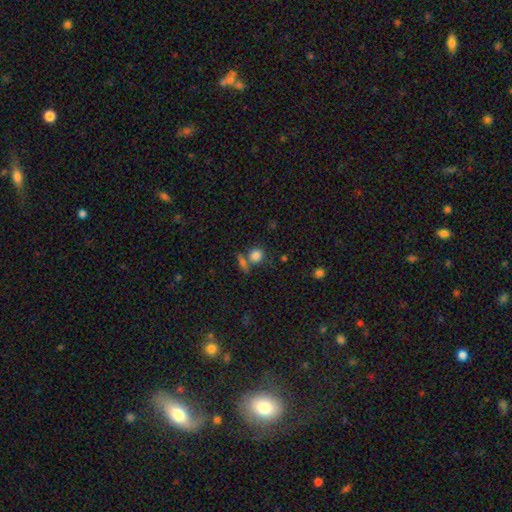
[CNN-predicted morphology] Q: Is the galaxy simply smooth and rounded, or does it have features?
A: smooth — 81%.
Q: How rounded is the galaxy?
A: round — 81%.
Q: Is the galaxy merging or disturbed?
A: none — 61%.